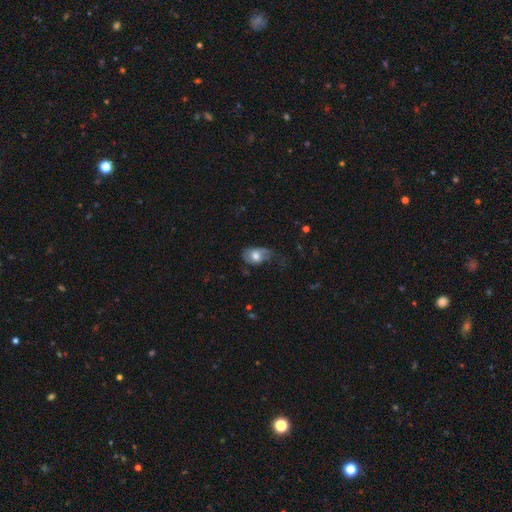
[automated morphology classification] Overall: smooth (66%). How rounded: in between (80%). Merging: minor disturbance (36%; none 33%).